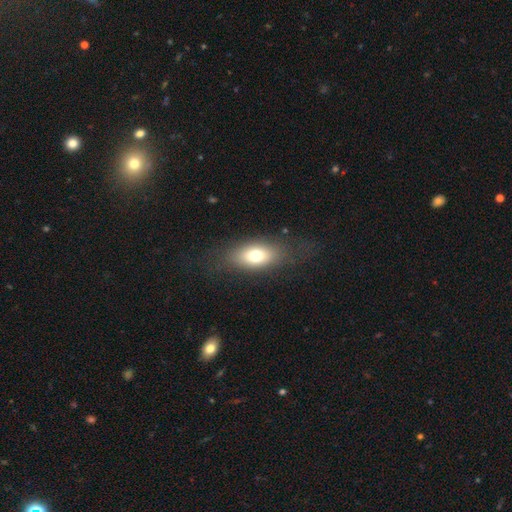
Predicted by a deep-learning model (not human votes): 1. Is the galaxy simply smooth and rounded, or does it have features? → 71% smooth, 19% featured or disk, 10% star or artifact.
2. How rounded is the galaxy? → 83% in between, 9% round, 8% cigar-shaped.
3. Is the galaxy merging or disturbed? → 76% none, 14% minor disturbance, 9% major disturbance, 1% merger.